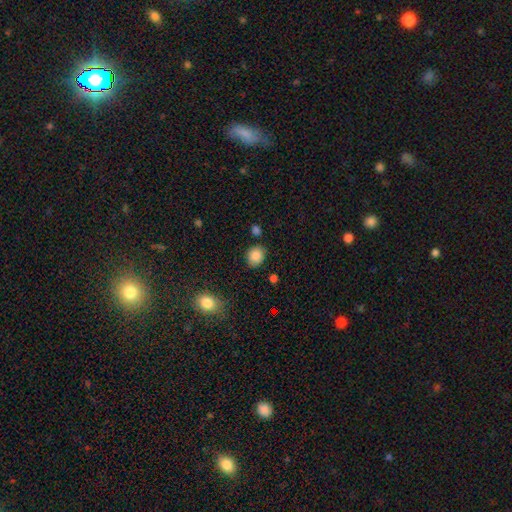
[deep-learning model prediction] smooth 86%, star or artifact 9%, featured or disk 4%. Down the decision tree: how rounded — round (67%); merging — none (82%).